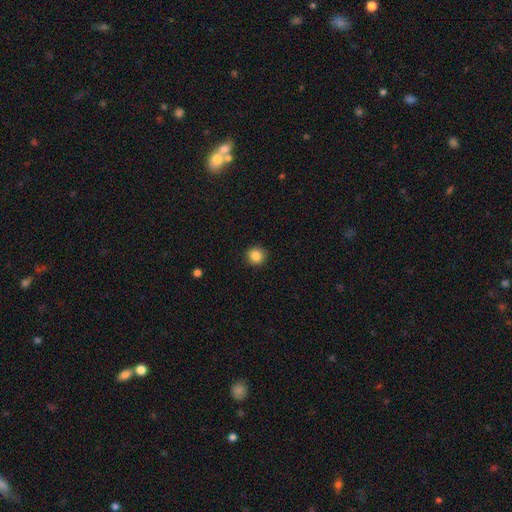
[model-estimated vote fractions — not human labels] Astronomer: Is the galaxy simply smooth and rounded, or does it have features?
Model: smooth — 86%.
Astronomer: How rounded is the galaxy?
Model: round — 94%.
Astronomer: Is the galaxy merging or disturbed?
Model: none — 92%.